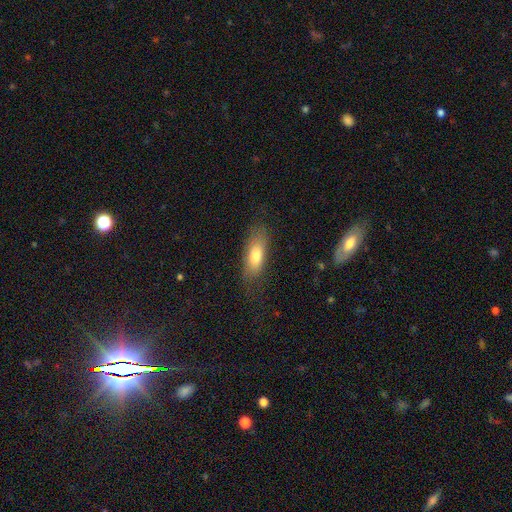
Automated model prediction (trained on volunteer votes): Smooth or featured? Predicted: smooth (p=0.75). How rounded? Predicted: in between (p=0.72). Merging? Predicted: none (p=0.72).